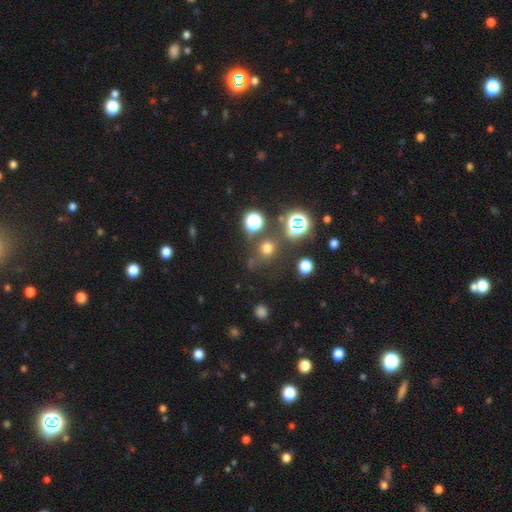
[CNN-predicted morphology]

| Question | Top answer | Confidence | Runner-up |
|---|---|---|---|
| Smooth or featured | star or artifact | 59% | smooth (32%) |